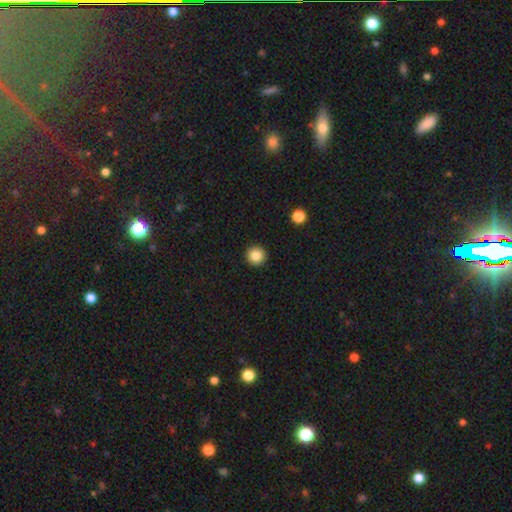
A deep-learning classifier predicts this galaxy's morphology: smooth-or-featured: smooth: 85% | star or artifact: 10% | featured or disk: 5%
  how-rounded: round: 95% | in between: 4% | cigar-shaped: 1%
  merging: none: 93% | minor disturbance: 4% | major disturbance: 2% | merger: 1%